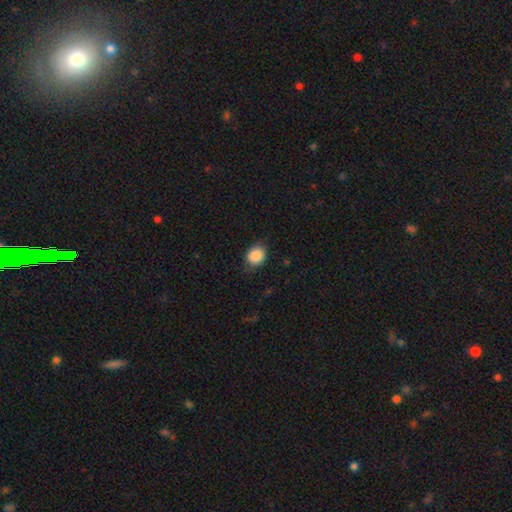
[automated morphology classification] Smooth or featured: smooth — 88% (star or artifact — 8%)
How rounded: round — 62% (in between — 37%)
Merging: none — 78% (minor disturbance — 17%)